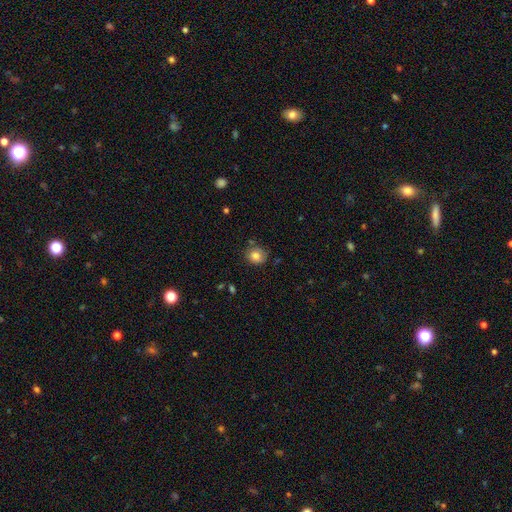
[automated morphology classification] smooth_or_featured: smooth (p=0.79) [alt: featured or disk p=0.11]
how_rounded: round (p=0.83) [alt: in between p=0.16]
merging: none (p=0.75) [alt: minor disturbance p=0.17]